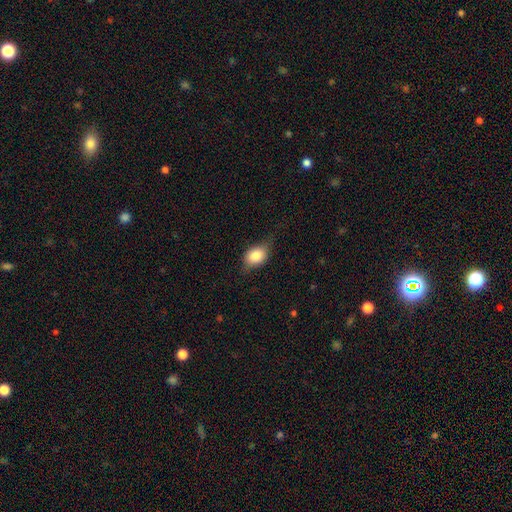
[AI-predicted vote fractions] The model was most divided on "merging": none: 58%, minor disturbance: 30%, major disturbance: 11%, merger: 1%. More confident: smooth or featured — smooth (79%); how rounded — in between (71%).